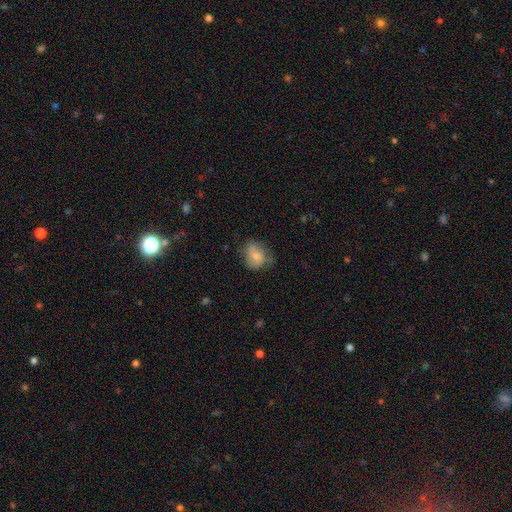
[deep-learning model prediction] Smooth or featured? smooth (66%)
How rounded? round (53%)
Merging? none (54%)